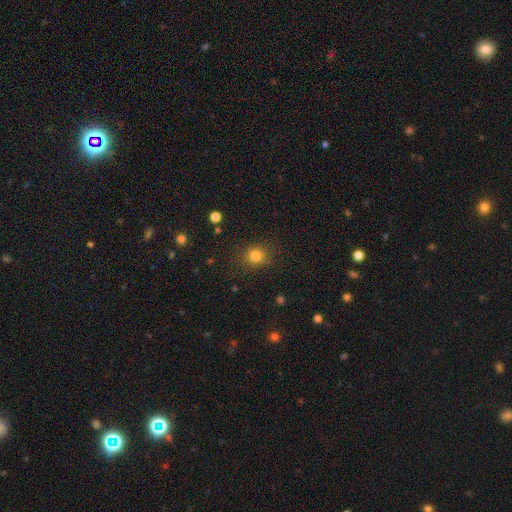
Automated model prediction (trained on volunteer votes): Morphology: type=smooth (81%); roundness=round (84%); merging=none (86%).